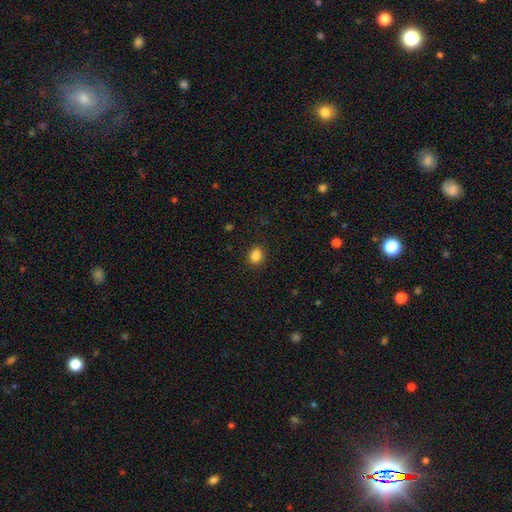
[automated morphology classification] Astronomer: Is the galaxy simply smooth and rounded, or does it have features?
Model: smooth — 86%.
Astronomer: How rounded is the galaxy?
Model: in between — 49%, tied with round at 49%.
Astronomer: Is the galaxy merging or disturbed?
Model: none — 86%.